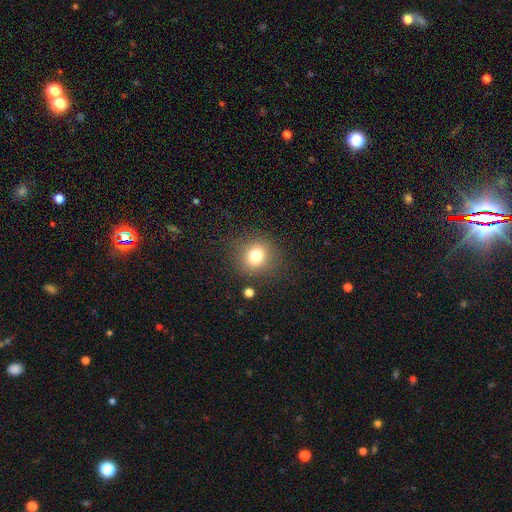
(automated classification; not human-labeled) Smooth or featured: smooth — 78% (star or artifact — 13%)
How rounded: round — 77% (in between — 22%)
Merging: none — 84% (minor disturbance — 10%)